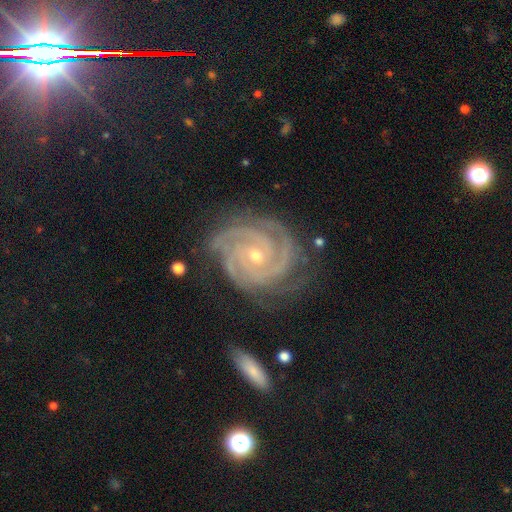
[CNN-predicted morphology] Smooth or featured? Predicted: featured or disk (p=0.93). Edge-on disk? Predicted: no (p=0.98). Bar? Predicted: no (p=0.68). Spiral arms? Predicted: yes (p=0.99). Spiral winding? Predicted: tight (p=0.81). Spiral arm count? Predicted: 3 (p=0.43). Bulge size? Predicted: small (p=0.59). Merging? Predicted: none (p=0.74).